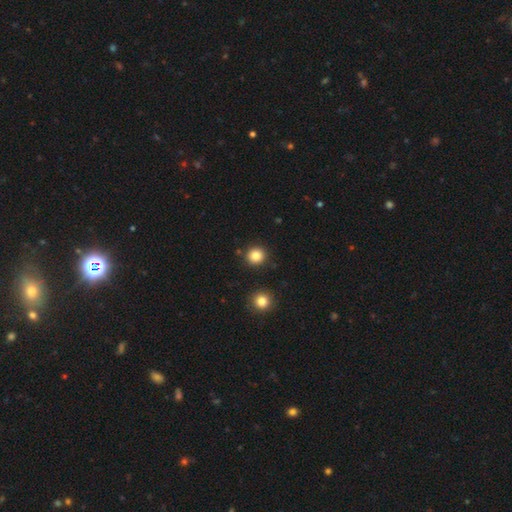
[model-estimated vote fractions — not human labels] Smooth or featured?
  - smooth: 84% *
  - star or artifact: 11%
  - featured or disk: 5%
How rounded?
  - round: 93% *
  - in between: 6%
  - cigar-shaped: 1%
Merging?
  - none: 89% *
  - minor disturbance: 6%
  - merger: 3%
  - major disturbance: 2%